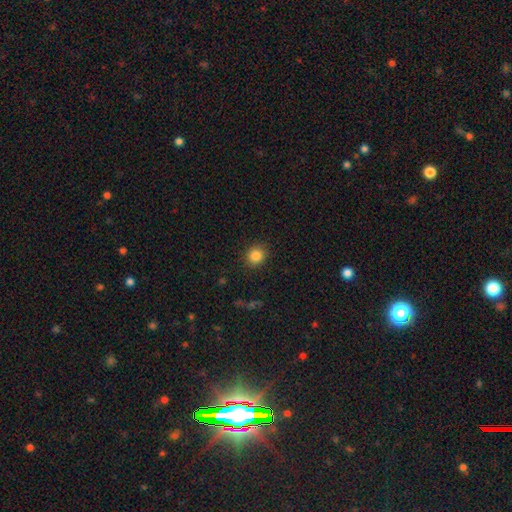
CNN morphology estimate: This appears to be a smooth galaxy with no disk features (85%) that is round (82%). Merging: none (90%).